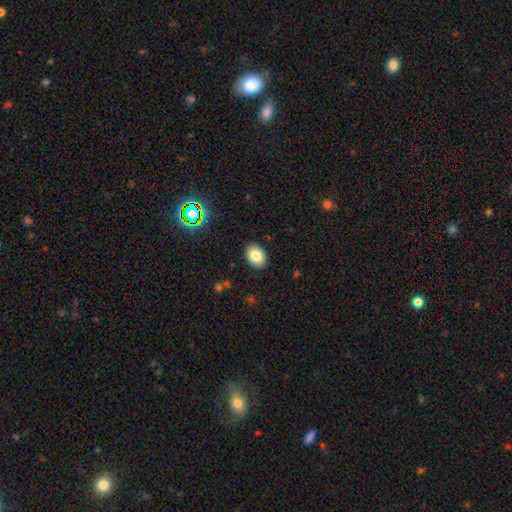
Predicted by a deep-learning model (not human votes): Smooth or featured? Predicted: smooth (p=0.82). How rounded? Predicted: in between (p=0.65). Merging? Predicted: none (p=0.89).